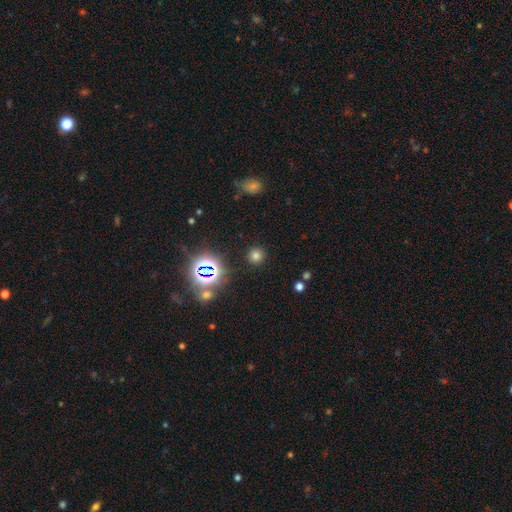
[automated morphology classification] Smooth or featured? Predicted: smooth (p=0.70). How rounded? Predicted: round (p=0.93). Merging? Predicted: none (p=0.89).